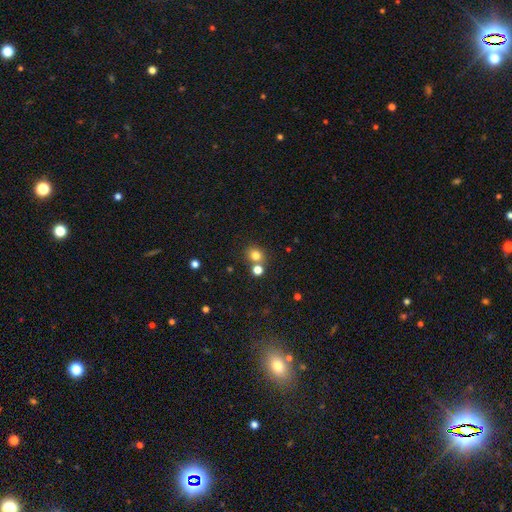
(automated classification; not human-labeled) A smooth galaxy with no disk features (77%) that is round (81%).

Vote fractions:
- Smooth or featured? smooth: 77% / star or artifact: 15% / featured or disk: 7%
- How rounded? round: 81% / in between: 18% / cigar-shaped: 1%
- Merging? none: 66% / merger: 23% / minor disturbance: 8% / major disturbance: 3%